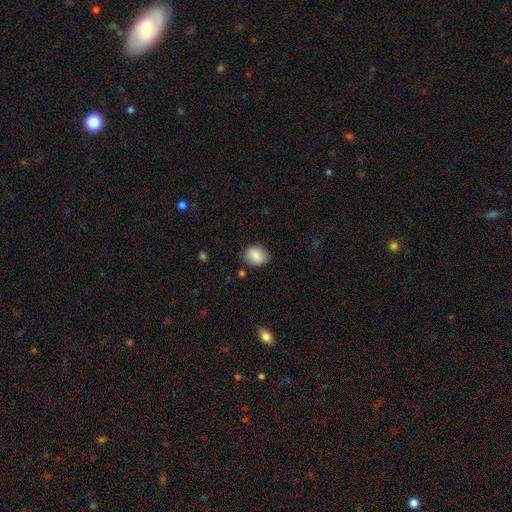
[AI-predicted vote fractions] Smooth or featured?
  - smooth: 87% *
  - star or artifact: 8%
  - featured or disk: 5%
How rounded?
  - in between: 51% *
  - round: 48%
  - cigar-shaped: 1%
Merging?
  - none: 78% *
  - minor disturbance: 17%
  - major disturbance: 4%
  - merger: 2%